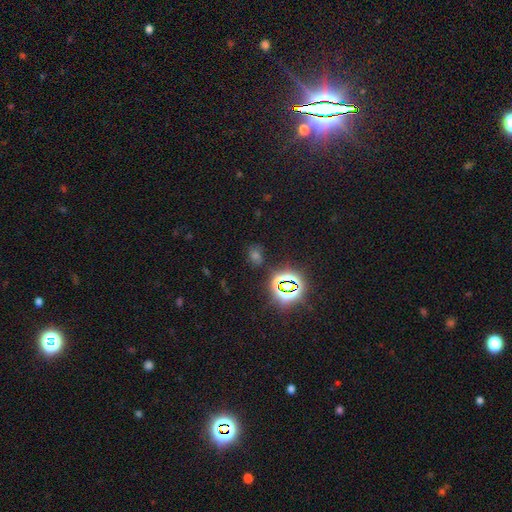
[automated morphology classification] The model was most divided on "smooth or featured": star or artifact: 58%, smooth: 34%, featured or disk: 8%.